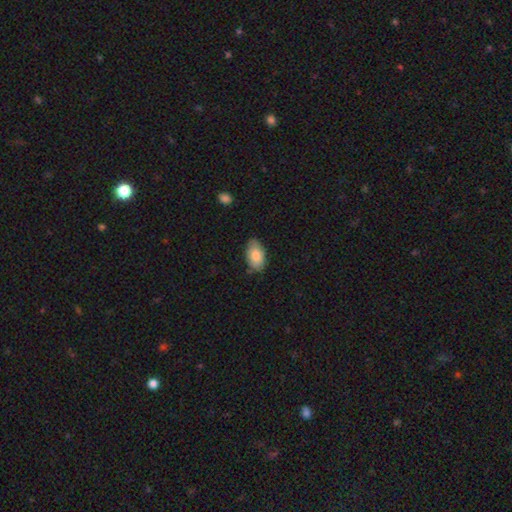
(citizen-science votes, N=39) smooth_or_featured: smooth (p=0.87) [alt: star or artifact p=0.08]
how_rounded: in between (p=0.97) [alt: round p=0.03]
merging: none (p=0.69) [alt: minor disturbance p=0.25]